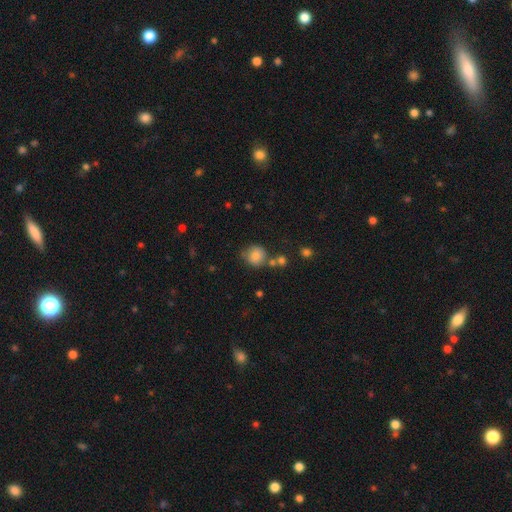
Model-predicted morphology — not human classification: Q: Smooth or featured?
A: smooth (82%); runner-up: star or artifact (10%)
Q: How rounded?
A: round (85%); runner-up: in between (14%)
Q: Merging?
A: none (64%); runner-up: minor disturbance (18%)